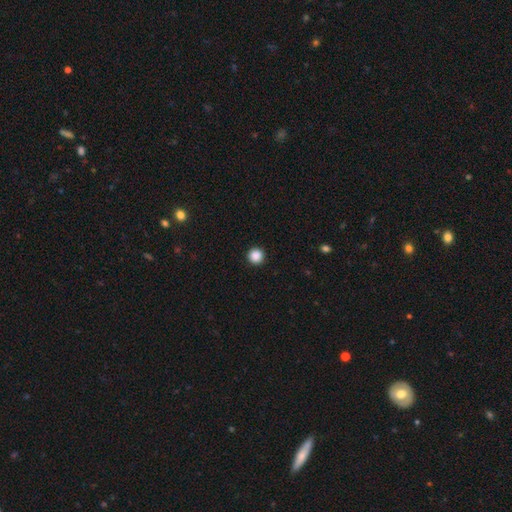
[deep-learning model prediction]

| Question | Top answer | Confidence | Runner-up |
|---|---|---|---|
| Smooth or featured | smooth | 88% | star or artifact (10%) |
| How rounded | round | 96% | in between (3%) |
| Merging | none | 93% | minor disturbance (4%) |